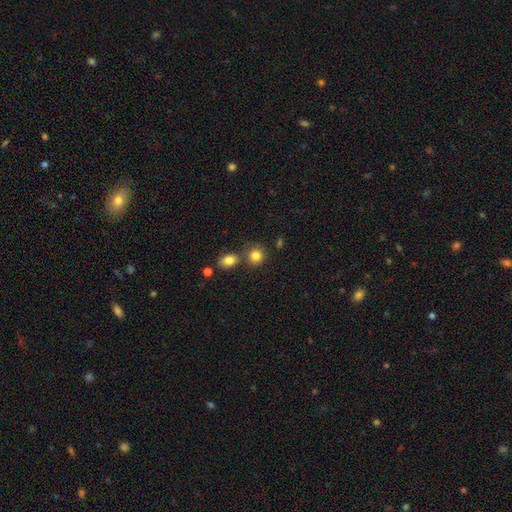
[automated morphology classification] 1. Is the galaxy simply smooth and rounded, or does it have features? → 83% smooth, 11% star or artifact, 6% featured or disk.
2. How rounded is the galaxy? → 83% round, 16% in between, 1% cigar-shaped.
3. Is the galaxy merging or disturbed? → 65% none, 21% merger, 10% minor disturbance, 3% major disturbance.